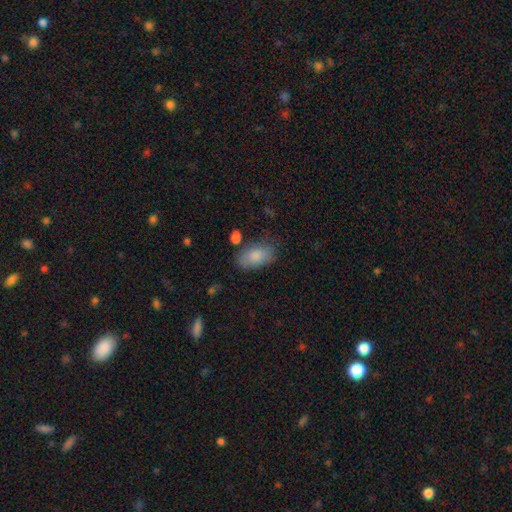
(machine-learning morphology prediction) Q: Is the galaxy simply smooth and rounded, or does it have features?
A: smooth — 84%.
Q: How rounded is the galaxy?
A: in between — 93%.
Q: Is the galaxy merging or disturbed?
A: none — 70%.